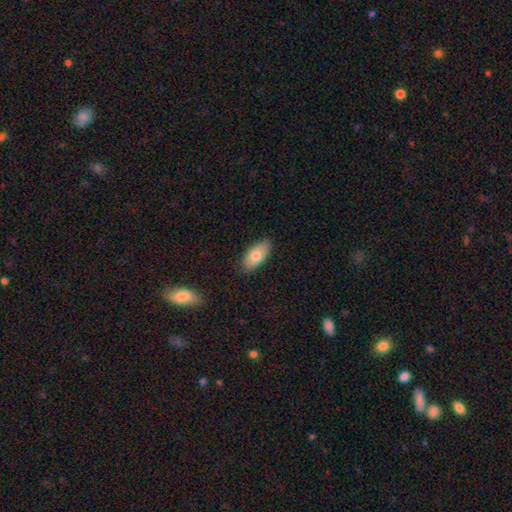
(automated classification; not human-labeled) Overall: smooth (77%). How rounded: in between (90%). Merging: none (83%).